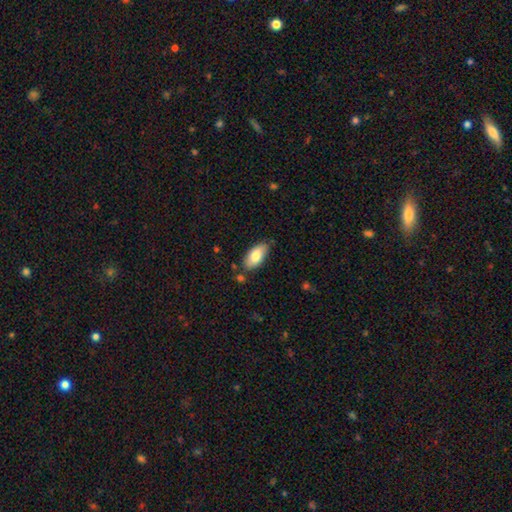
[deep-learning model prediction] Overall: smooth (80%). How rounded: in between (92%). Merging: none (76%).